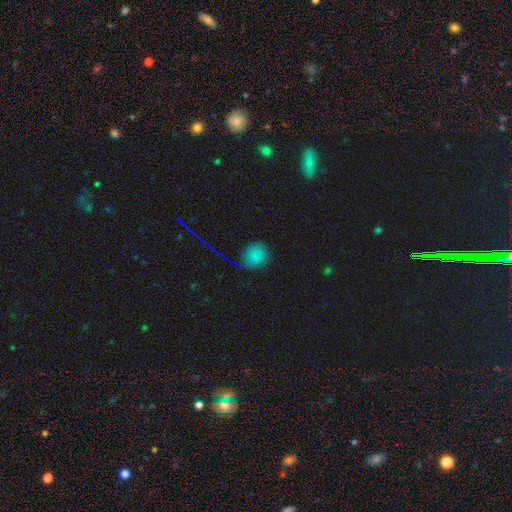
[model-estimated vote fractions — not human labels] Overall: smooth (77%). How rounded: round (79%). Merging: none (84%).